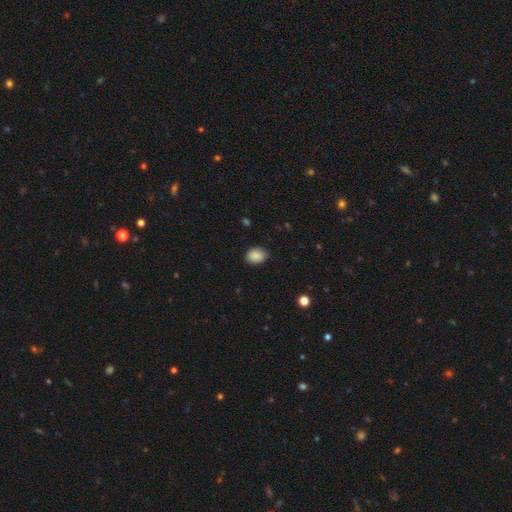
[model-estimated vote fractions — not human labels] Smooth or featured?
  - smooth: 88% *
  - star or artifact: 8%
  - featured or disk: 4%
How rounded?
  - in between: 67% *
  - round: 32%
  - cigar-shaped: 1%
Merging?
  - none: 78% *
  - minor disturbance: 18%
  - major disturbance: 3%
  - merger: 1%